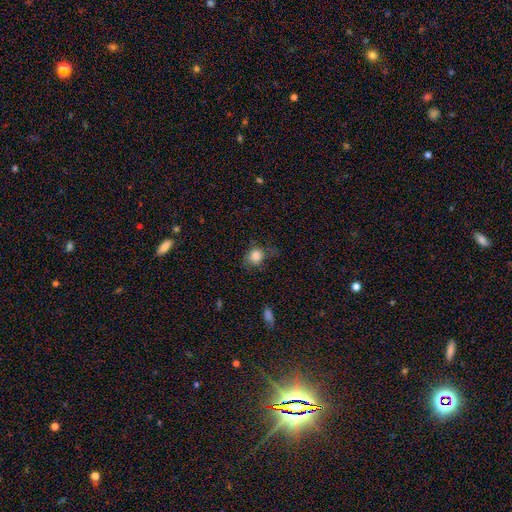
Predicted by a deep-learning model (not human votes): smooth-or-featured: smooth: 83% | star or artifact: 10% | featured or disk: 7%
  how-rounded: round: 72% | in between: 26% | cigar-shaped: 1%
  merging: none: 58% | minor disturbance: 27% | major disturbance: 13% | merger: 2%